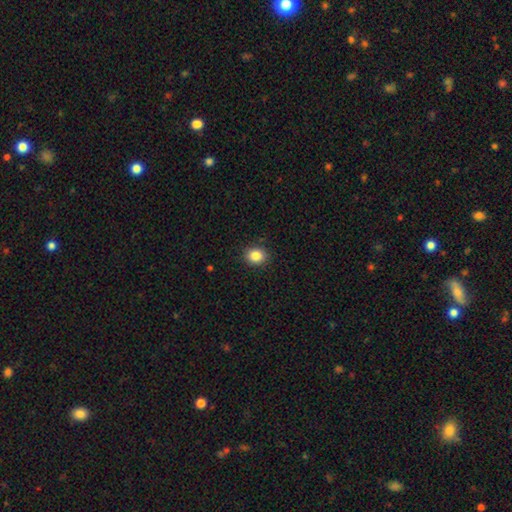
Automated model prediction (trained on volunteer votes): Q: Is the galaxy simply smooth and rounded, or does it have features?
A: smooth — 86%.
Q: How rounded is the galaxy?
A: round — 63%.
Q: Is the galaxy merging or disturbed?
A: none — 89%.